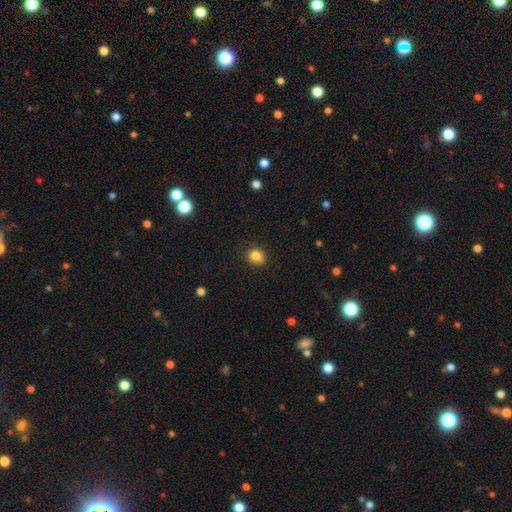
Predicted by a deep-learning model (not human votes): Morphology: type=smooth (83%); roundness=round (68%); merging=none (69%).